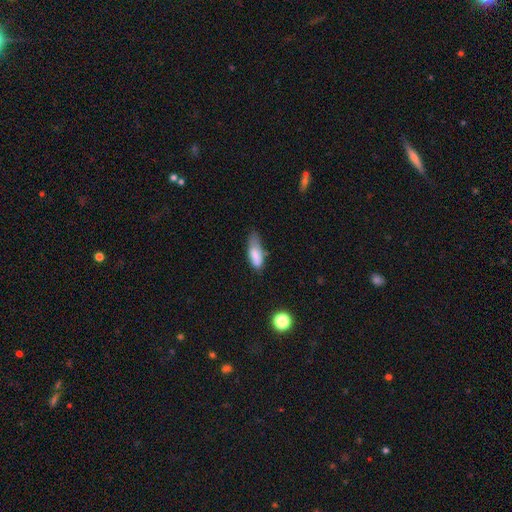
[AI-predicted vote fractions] A smooth galaxy with no disk features (79%) that is in between round and cigar-shaped (71%). Merging: minor disturbance (45%).